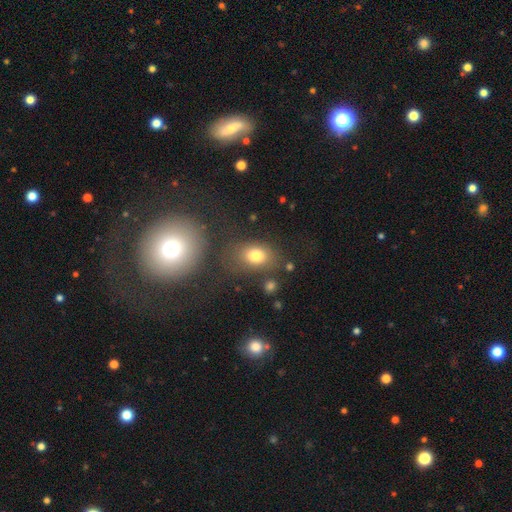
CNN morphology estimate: The model was most divided on "how rounded": in between: 72%, round: 26%, cigar-shaped: 2%. More confident: smooth or featured — smooth (77%); merging — none (68%).